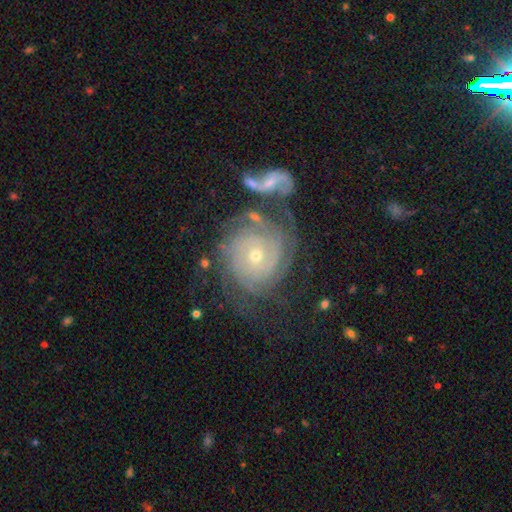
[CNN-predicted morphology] This is clearly a featured or disk galaxy (85%). It is clearly not viewed edge-on (97%). Bar: likely no (75%). Spiral arm pattern: clearly yes (96%). Spiral arm count: marginally can't tell (32%). Spiral winding: likely tight (77%). Central bulge: possibly small (58%). Merging: possibly none (52%).